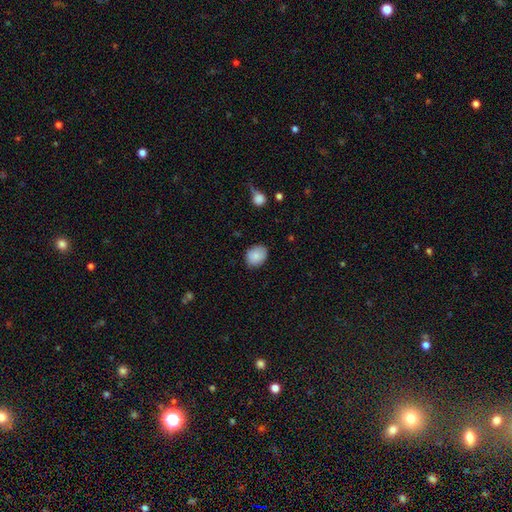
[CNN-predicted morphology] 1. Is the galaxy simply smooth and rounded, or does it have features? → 87% smooth, 8% star or artifact, 6% featured or disk.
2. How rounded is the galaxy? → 53% in between, 46% round, 1% cigar-shaped.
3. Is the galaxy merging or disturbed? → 82% none, 14% minor disturbance, 3% major disturbance, 1% merger.